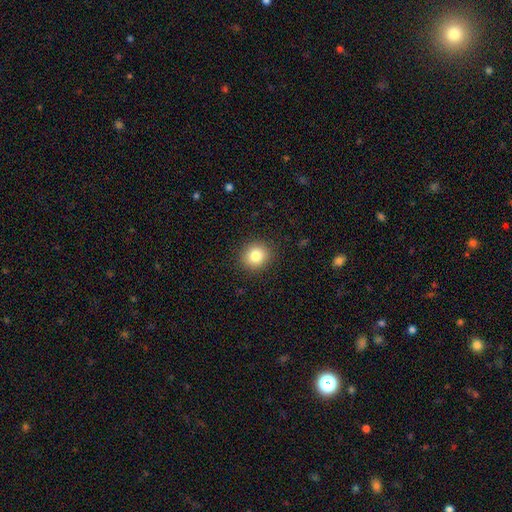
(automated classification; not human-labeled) smooth_or_featured: smooth (p=0.82) [alt: star or artifact p=0.11]
how_rounded: round (p=0.87) [alt: in between p=0.12]
merging: none (p=0.90) [alt: minor disturbance p=0.07]